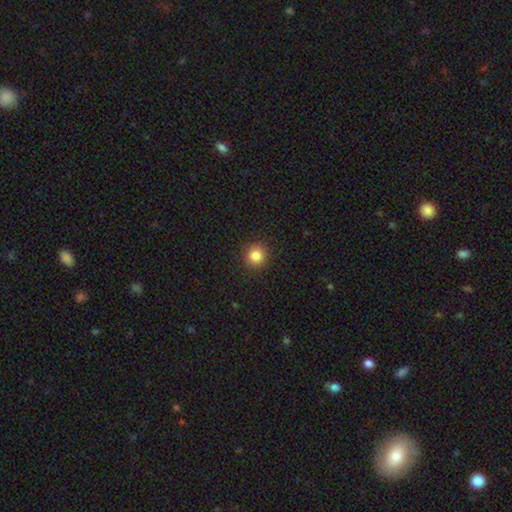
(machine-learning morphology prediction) type=smooth (84%); roundness=round (93%); merging=none (91%).